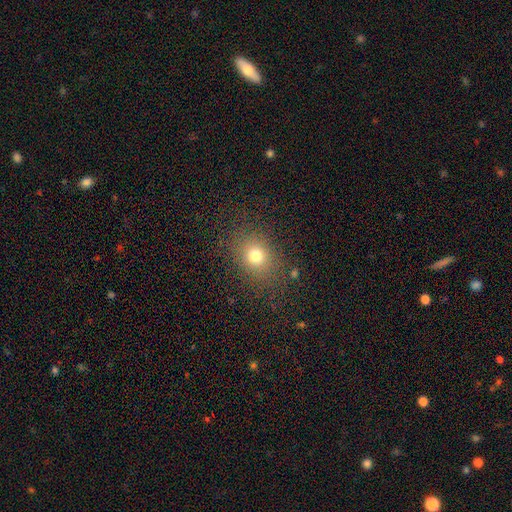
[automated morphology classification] This is likely a smooth galaxy (74%). How rounded: possibly round (53%). Merging: clearly none (82%).